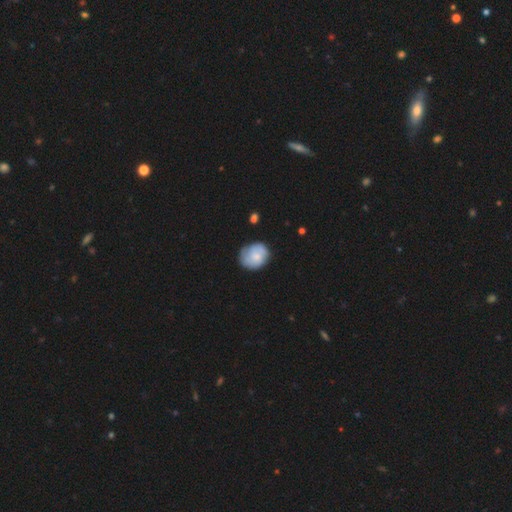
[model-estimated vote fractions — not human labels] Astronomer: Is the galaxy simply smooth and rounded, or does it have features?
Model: smooth — 68%.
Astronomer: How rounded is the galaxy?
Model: round — 60% (runner-up: in between, 40%).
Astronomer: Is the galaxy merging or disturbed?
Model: none — 66%.